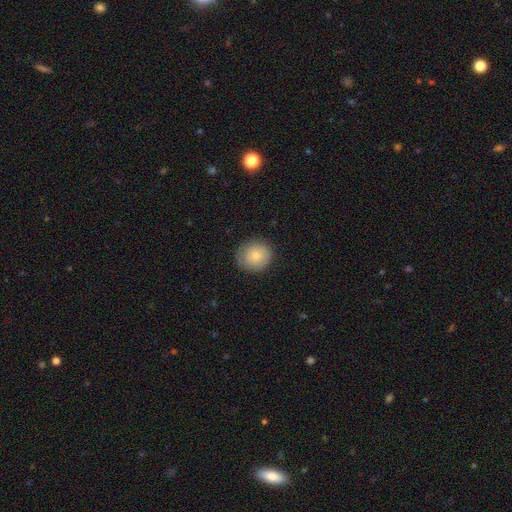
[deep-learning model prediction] smooth-or-featured: smooth: 78% | featured or disk: 14% | star or artifact: 8%
  how-rounded: round: 88% | in between: 11% | cigar-shaped: 1%
  merging: none: 83% | minor disturbance: 13% | major disturbance: 3% | merger: 1%